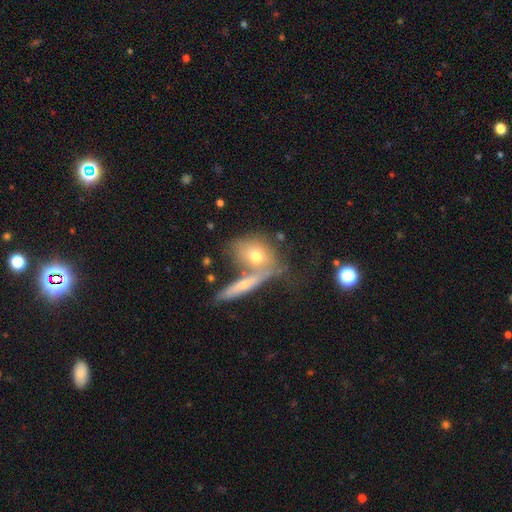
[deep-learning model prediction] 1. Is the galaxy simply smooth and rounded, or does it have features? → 64% smooth, 28% featured or disk, 8% star or artifact.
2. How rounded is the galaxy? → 47% round, 43% in between, 10% cigar-shaped.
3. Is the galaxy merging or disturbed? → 44% none, 38% merger, 12% minor disturbance, 6% major disturbance.